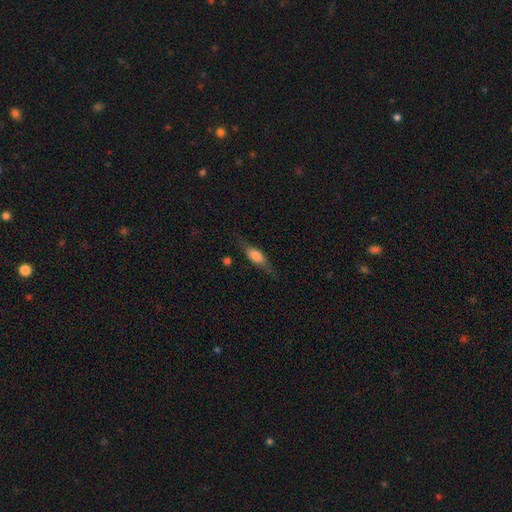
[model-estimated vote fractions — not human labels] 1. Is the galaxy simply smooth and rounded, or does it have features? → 58% smooth, 34% featured or disk, 8% star or artifact.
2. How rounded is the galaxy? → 54% in between, 43% cigar-shaped, 4% round.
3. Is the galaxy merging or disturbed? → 70% none, 20% minor disturbance, 8% major disturbance, 2% merger.